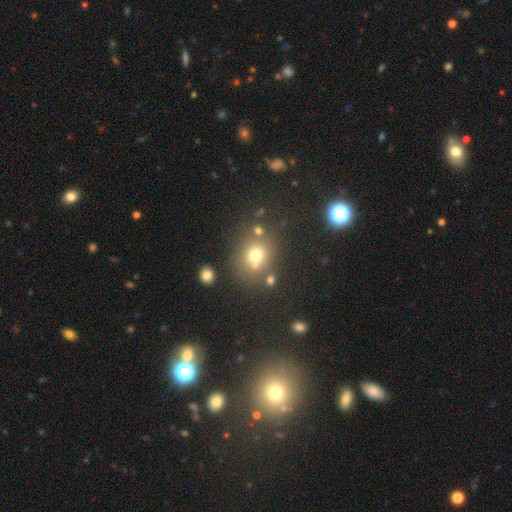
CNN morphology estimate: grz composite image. It shows a smooth galaxy with no disk features (69%) that is round (77%). Merging: none (67%).